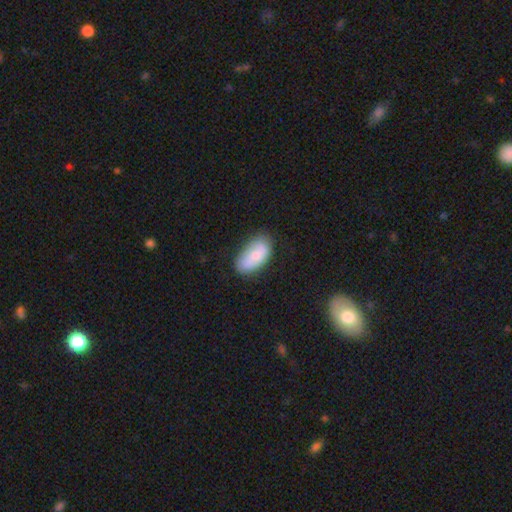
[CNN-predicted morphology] Overall: smooth (68%). How rounded: in between (94%). Merging: none (72%).